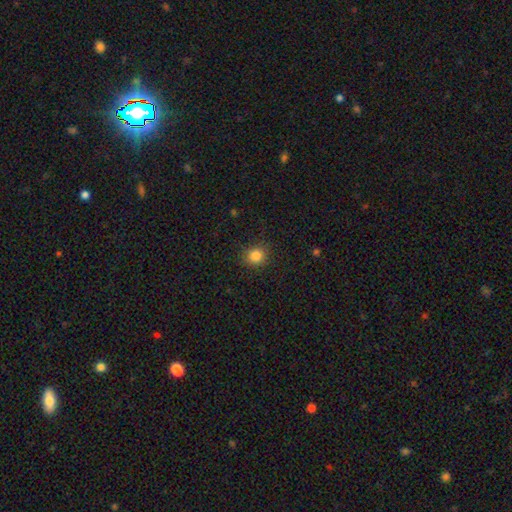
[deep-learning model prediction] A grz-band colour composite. It shows a smooth galaxy with no disk features (84%) that is round (83%). Merging: none (88%).